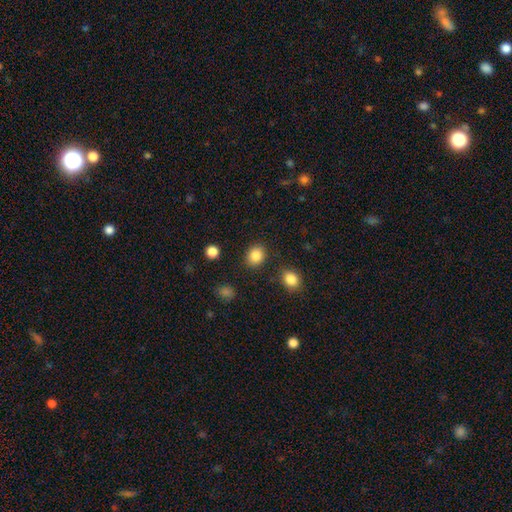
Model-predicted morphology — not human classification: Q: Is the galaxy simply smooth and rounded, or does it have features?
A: smooth — 86%.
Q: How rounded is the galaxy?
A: round — 60%.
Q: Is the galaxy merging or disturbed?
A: none — 86%.